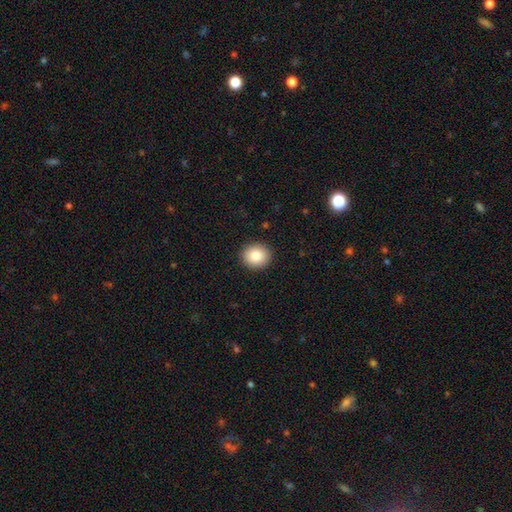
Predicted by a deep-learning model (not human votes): Morphology: type=smooth (83%); roundness=round (83%); merging=none (92%).